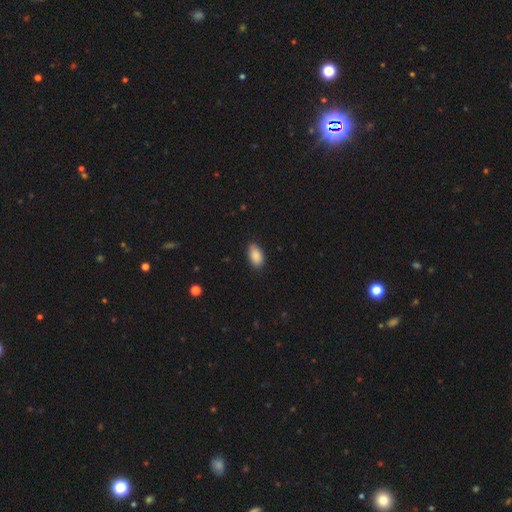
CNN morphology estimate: Smooth or featured? smooth (89%)
How rounded? in between (93%)
Merging? none (84%)